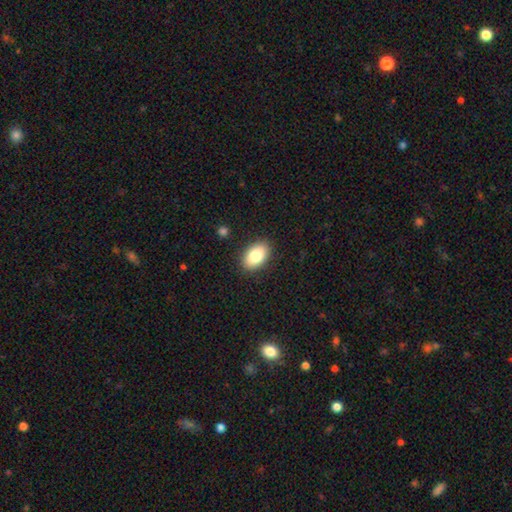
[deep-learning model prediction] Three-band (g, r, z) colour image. It shows a smooth galaxy with no disk features (82%) that is in between round and cigar-shaped (91%). Merging: none (88%).